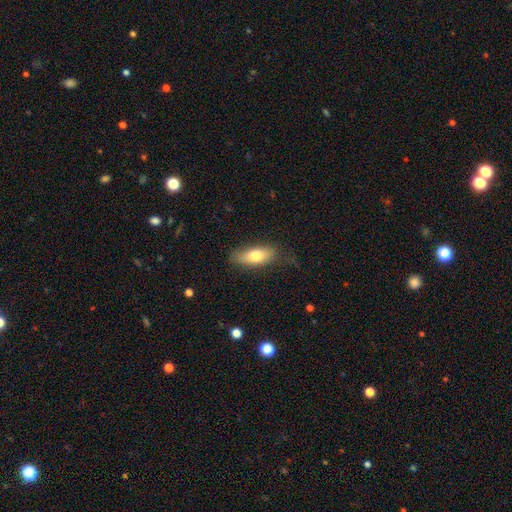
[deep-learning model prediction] Q: Smooth or featured?
A: smooth (75%); runner-up: featured or disk (18%)
Q: How rounded?
A: in between (74%); runner-up: cigar-shaped (23%)
Q: Merging?
A: none (78%); runner-up: minor disturbance (17%)